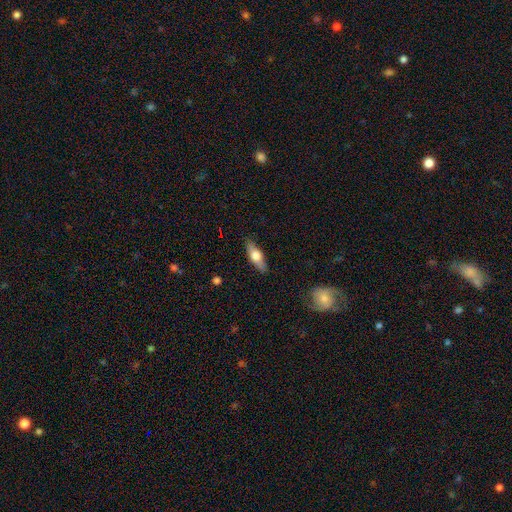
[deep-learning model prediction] smooth 55%, featured or disk 39%, star or artifact 6%. Down the decision tree: how rounded — in between (54%); merging — none (87%).